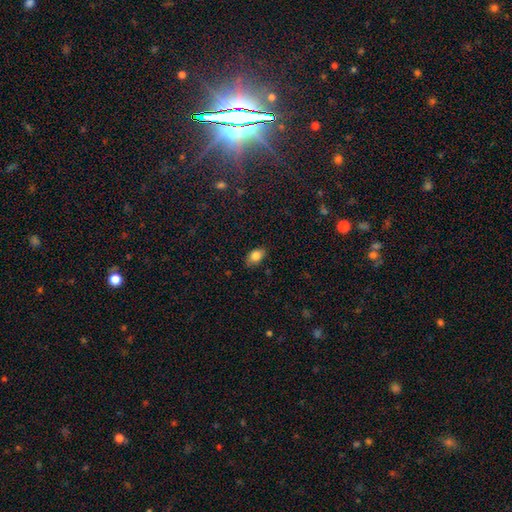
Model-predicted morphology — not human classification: A smooth galaxy with no disk features (83%) that is in between round and cigar-shaped (86%).

Vote fractions:
- Smooth or featured? smooth: 83% / star or artifact: 9% / featured or disk: 8%
- How rounded? in between: 86% / round: 12% / cigar-shaped: 2%
- Merging? none: 83% / minor disturbance: 14% / major disturbance: 2% / merger: 1%